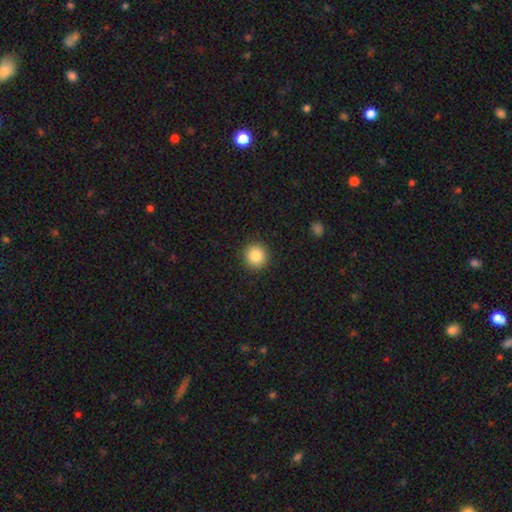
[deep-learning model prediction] Smooth or featured: smooth — 86% (star or artifact — 9%)
How rounded: round — 93% (in between — 6%)
Merging: none — 92% (minor disturbance — 5%)